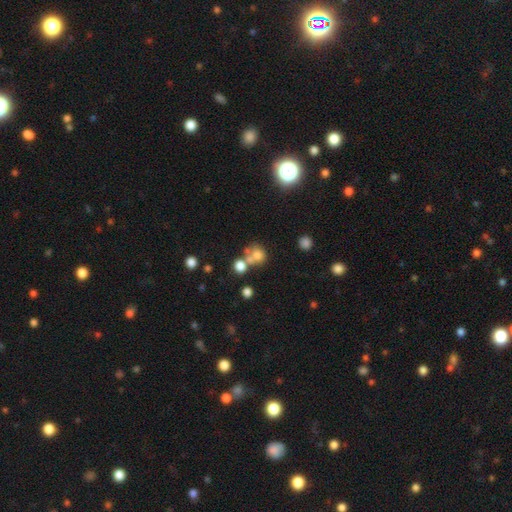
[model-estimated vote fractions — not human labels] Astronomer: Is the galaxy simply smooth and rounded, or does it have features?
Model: smooth — 70%.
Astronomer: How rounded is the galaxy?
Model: round — 79%.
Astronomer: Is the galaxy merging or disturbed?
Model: merger — 44% (runner-up: none, 41%).